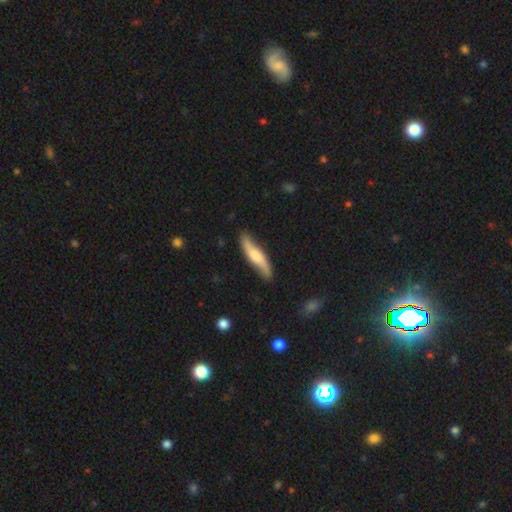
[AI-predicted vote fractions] smooth 49%, featured or disk 46%, star or artifact 5%. Down the decision tree: merging — none (80%).